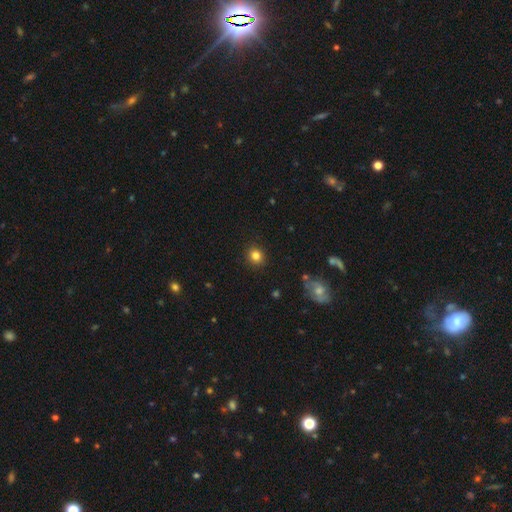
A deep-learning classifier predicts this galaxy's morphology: A smooth galaxy with no disk features (83%) that is round (82%).

Vote fractions:
- Smooth or featured? smooth: 83% / star or artifact: 11% / featured or disk: 5%
- How rounded? round: 82% / in between: 17% / cigar-shaped: 1%
- Merging? none: 91% / minor disturbance: 6% / major disturbance: 2% / merger: 1%